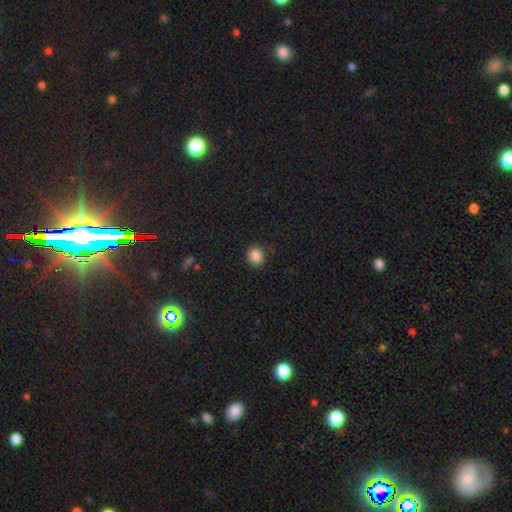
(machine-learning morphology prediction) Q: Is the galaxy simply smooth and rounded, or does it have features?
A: smooth — 85%.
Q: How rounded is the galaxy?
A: round — 85%.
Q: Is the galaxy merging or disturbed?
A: none — 87%.